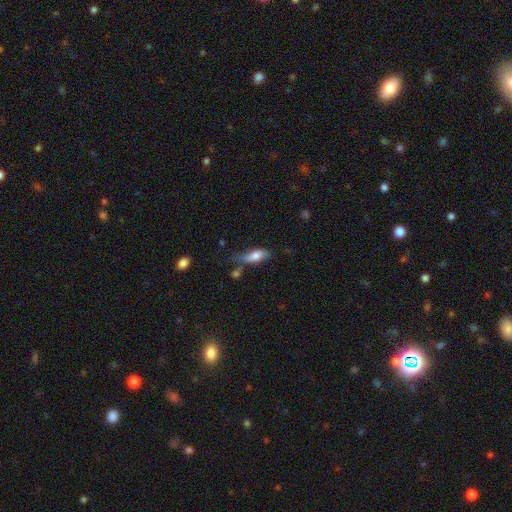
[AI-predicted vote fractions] Smooth or featured?
  - smooth: 62% *
  - featured or disk: 30%
  - star or artifact: 8%
How rounded?
  - in between: 68% *
  - cigar-shaped: 28%
  - round: 4%
Merging?
  - none: 48% *
  - minor disturbance: 30%
  - major disturbance: 13%
  - merger: 9%